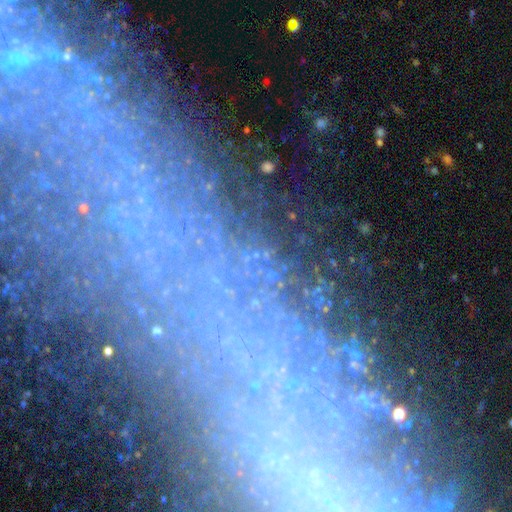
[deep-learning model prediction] Smooth or featured: star or artifact — 60% (featured or disk — 26%)